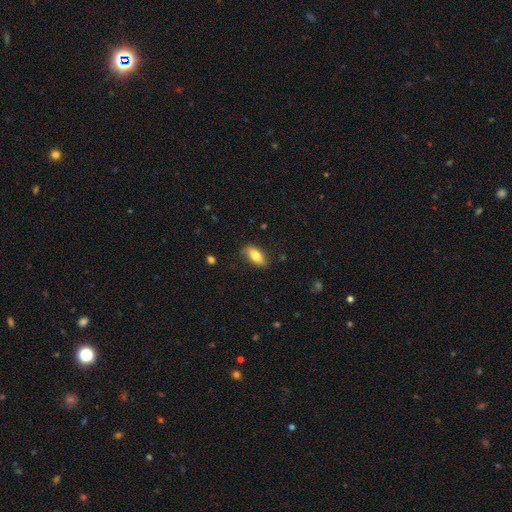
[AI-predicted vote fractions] Q: Smooth or featured?
A: smooth (77%); runner-up: featured or disk (17%)
Q: How rounded?
A: in between (84%); runner-up: cigar-shaped (13%)
Q: Merging?
A: none (80%); runner-up: minor disturbance (15%)